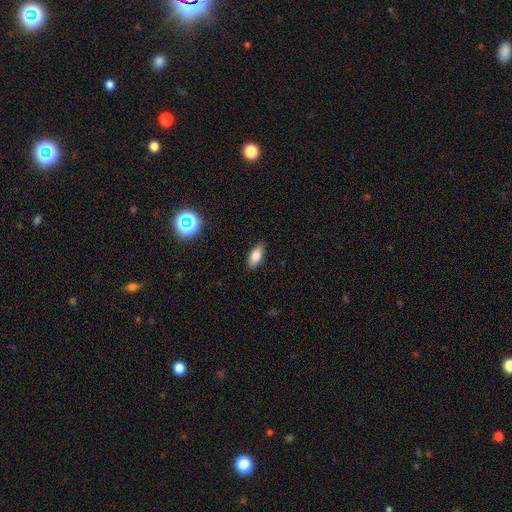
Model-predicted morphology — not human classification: A smooth galaxy with no disk features (82%) that is in between round and cigar-shaped (86%).

Vote fractions:
- Smooth or featured? smooth: 82% / star or artifact: 9% / featured or disk: 9%
- How rounded? in between: 86% / cigar-shaped: 11% / round: 4%
- Merging? none: 86% / minor disturbance: 10% / major disturbance: 2% / merger: 1%